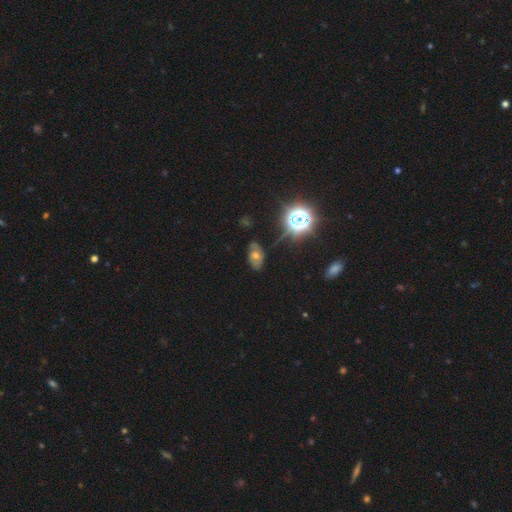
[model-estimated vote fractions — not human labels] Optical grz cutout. It shows a star or artifact, not a galaxy (34%).